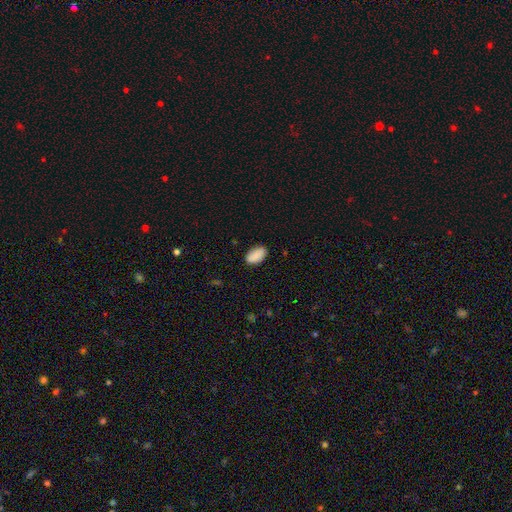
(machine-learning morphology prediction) smooth-or-featured: smooth: 86% | featured or disk: 7% | star or artifact: 7%
  how-rounded: in between: 94% | round: 5% | cigar-shaped: 2%
  merging: none: 82% | minor disturbance: 14% | major disturbance: 3% | merger: 1%